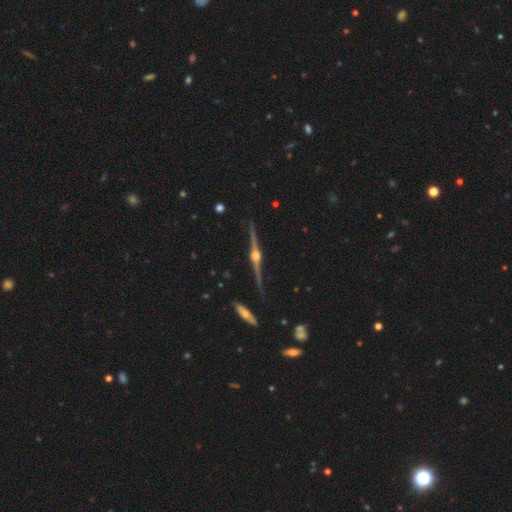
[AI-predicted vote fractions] A featured or disk galaxy (90%) viewed edge-on (98%) with a rounded central bulge (95%).

Vote fractions:
- Smooth or featured? featured or disk: 90% / star or artifact: 6% / smooth: 4%
- Edge-on disk? yes: 98% / no: 2%
- Edge-on bulge? rounded: 95% / boxy: 3% / none: 1%
- Merging? none: 89% / minor disturbance: 8% / major disturbance: 2% / merger: 2%